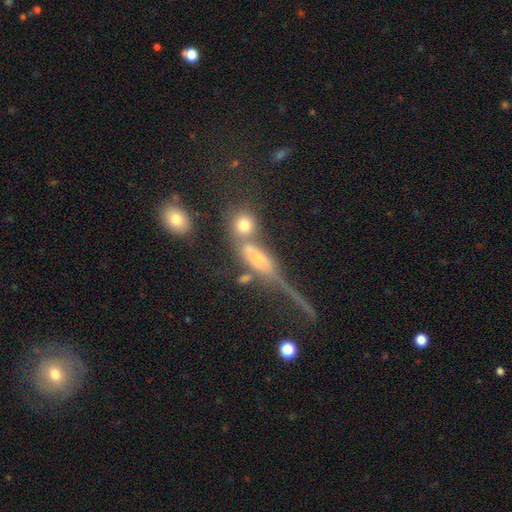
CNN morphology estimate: This is marginally a featured or disk galaxy (43%). Merging: marginally none (34%, tied with merger).